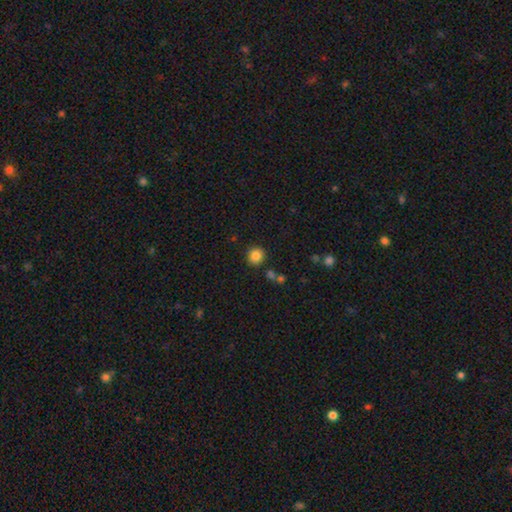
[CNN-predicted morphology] Smooth or featured?
  - smooth: 84% *
  - star or artifact: 10%
  - featured or disk: 5%
How rounded?
  - round: 89% *
  - in between: 10%
  - cigar-shaped: 1%
Merging?
  - none: 87% *
  - minor disturbance: 8%
  - merger: 3%
  - major disturbance: 2%